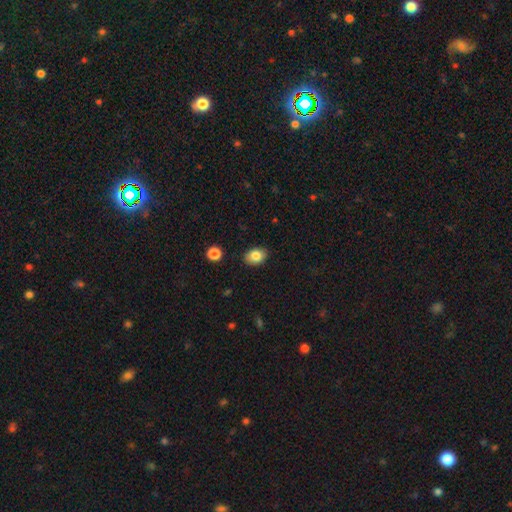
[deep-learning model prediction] This appears to be a smooth galaxy with no disk features (83%) that is in between round and cigar-shaped (72%). Merging: none (87%).